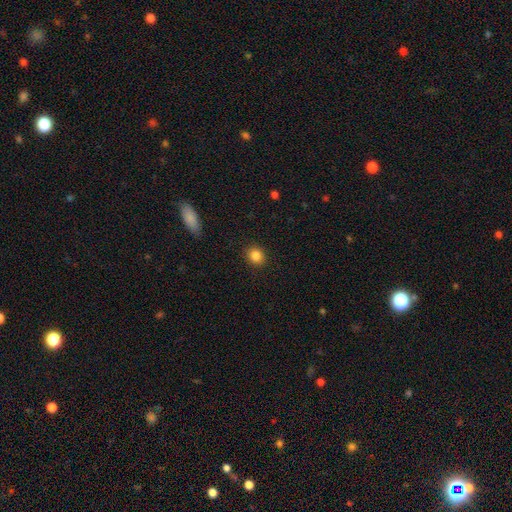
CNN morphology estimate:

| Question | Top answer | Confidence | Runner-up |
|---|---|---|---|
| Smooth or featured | smooth | 85% | star or artifact (10%) |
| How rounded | round | 74% | in between (25%) |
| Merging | none | 90% | minor disturbance (7%) |